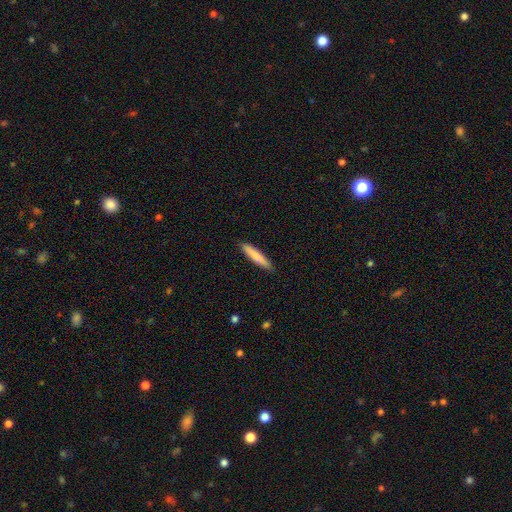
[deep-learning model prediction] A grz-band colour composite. It shows a smooth galaxy with no disk features (80%) that is cigar-shaped (92%). Merging: none (89%).